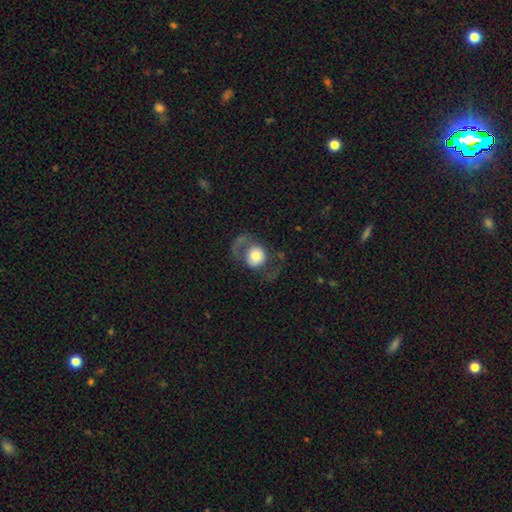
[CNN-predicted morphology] Smooth or featured?
  - smooth: 54% *
  - featured or disk: 39%
  - star or artifact: 7%
How rounded?
  - round: 76% *
  - in between: 23%
  - cigar-shaped: 1%
Merging?
  - none: 44% *
  - major disturbance: 36%
  - minor disturbance: 17%
  - merger: 3%